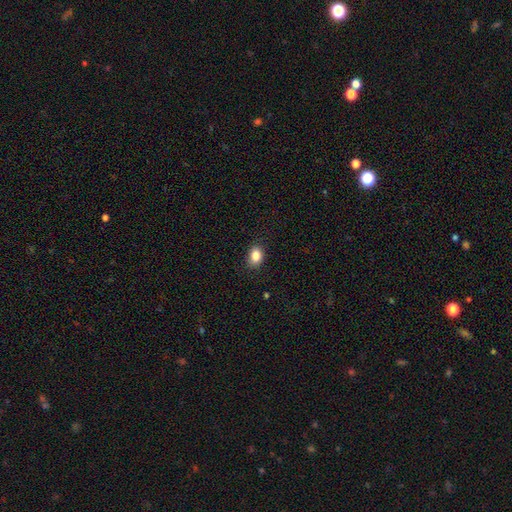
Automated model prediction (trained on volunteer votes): Smooth or featured? Predicted: smooth (p=0.85). How rounded? Predicted: in between (p=0.69). Merging? Predicted: none (p=0.86).